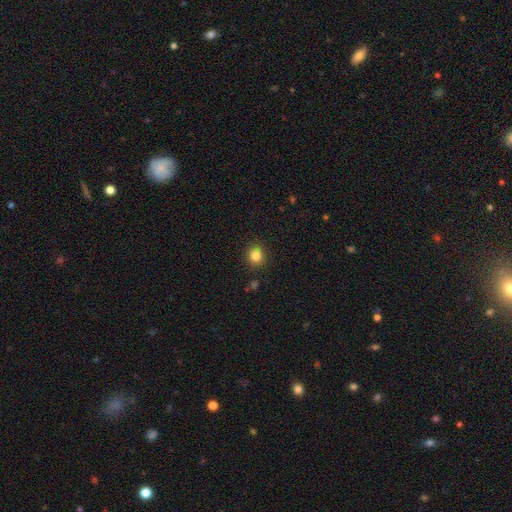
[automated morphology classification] Smooth or featured?
  - smooth: 83% *
  - star or artifact: 12%
  - featured or disk: 6%
How rounded?
  - round: 83% *
  - in between: 16%
  - cigar-shaped: 1%
Merging?
  - none: 90% *
  - minor disturbance: 7%
  - major disturbance: 2%
  - merger: 1%